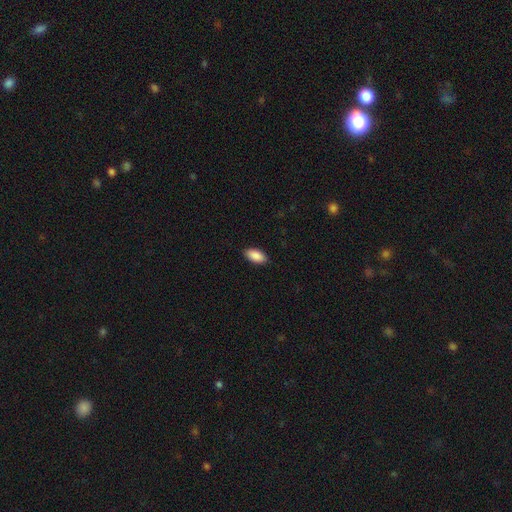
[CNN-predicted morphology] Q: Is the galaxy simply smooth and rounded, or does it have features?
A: smooth — 90%.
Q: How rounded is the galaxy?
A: in between — 93%.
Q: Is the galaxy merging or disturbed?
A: none — 88%.